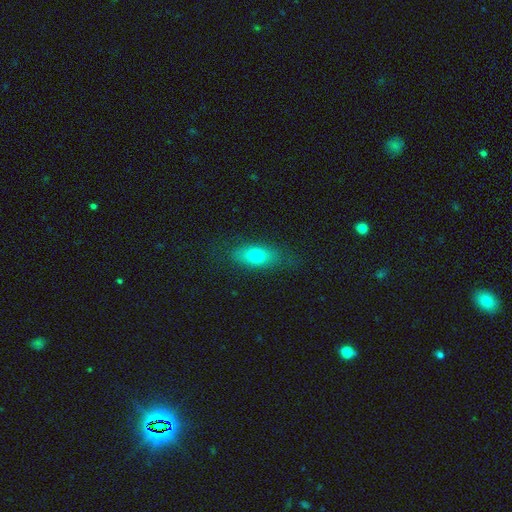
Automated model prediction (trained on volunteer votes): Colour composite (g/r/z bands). It shows a smooth galaxy with no disk features (74%) that is in between round and cigar-shaped (79%). Merging: none (78%).